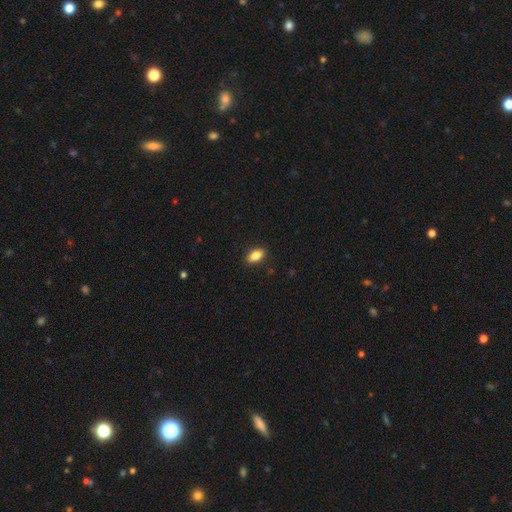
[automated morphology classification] A smooth galaxy with no disk features (85%) that is in between round and cigar-shaped (89%). Merging: none (88%).